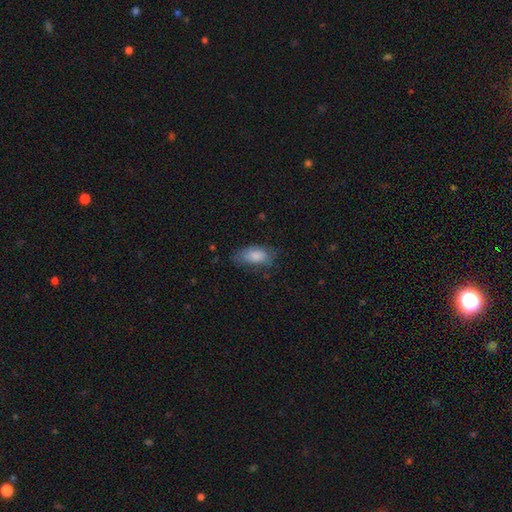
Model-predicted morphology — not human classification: Overall: smooth (81%). How rounded: in between (91%). Merging: none (56%; minor disturbance 30%).